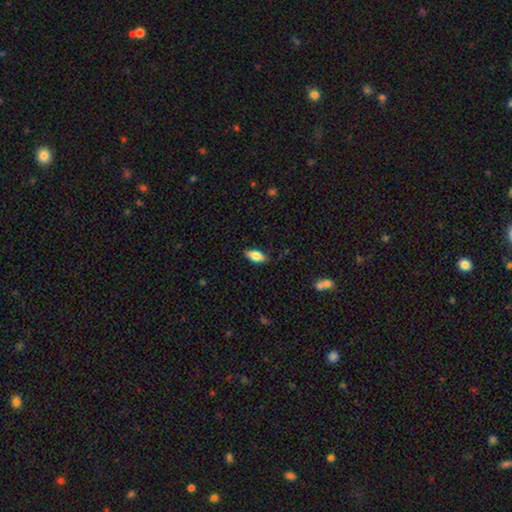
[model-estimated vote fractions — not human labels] smooth-or-featured: smooth: 79% | featured or disk: 14% | star or artifact: 7%
  how-rounded: in between: 85% | cigar-shaped: 12% | round: 3%
  merging: none: 85% | minor disturbance: 12% | major disturbance: 2% | merger: 1%